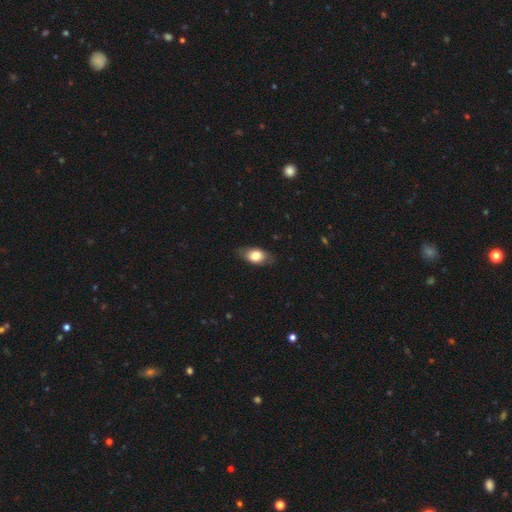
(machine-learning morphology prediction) A smooth galaxy with no disk features (74%) that is in between round and cigar-shaped (84%). Merging: none (79%).